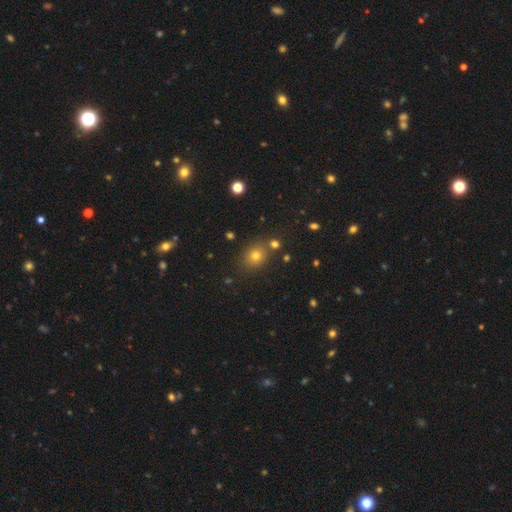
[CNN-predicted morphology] Smooth or featured? Predicted: smooth (p=0.71). How rounded? Predicted: round (p=0.66). Merging? Predicted: none (p=0.80).